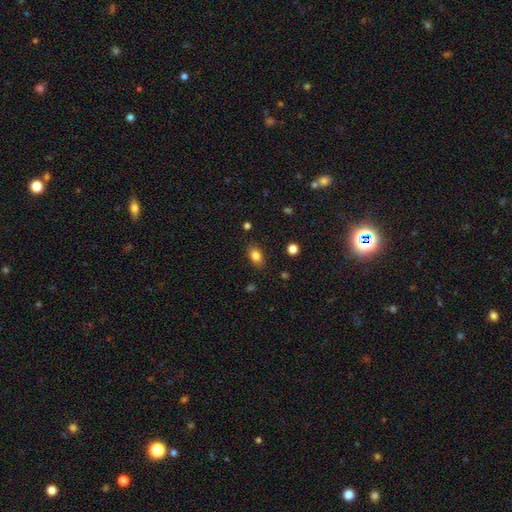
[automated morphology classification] The model was most divided on "how rounded": in between: 82%, round: 16%, cigar-shaped: 2%. More confident: merging — none (84%); smooth or featured — smooth (83%).